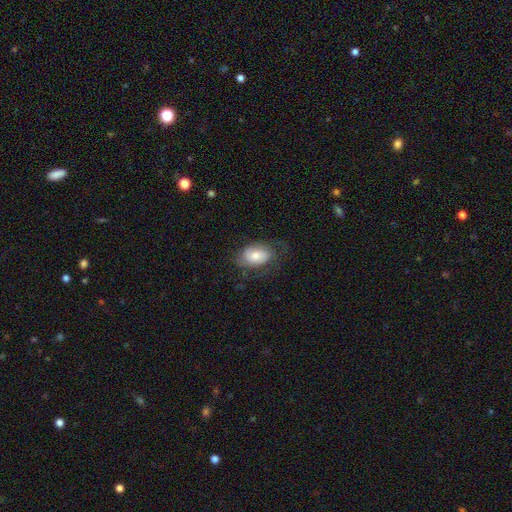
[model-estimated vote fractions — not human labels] Morphology: type=smooth (55%); roundness=in between (83%); merging=none (59%).